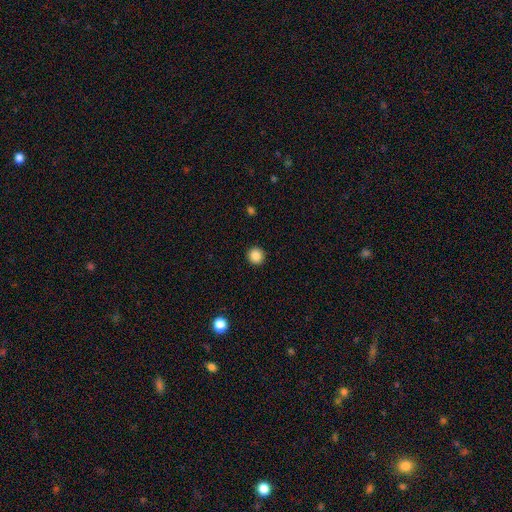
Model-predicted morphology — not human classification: The model was most divided on "smooth or featured": smooth: 87%, star or artifact: 10%, featured or disk: 3%. More confident: how rounded — round (94%); merging — none (93%).